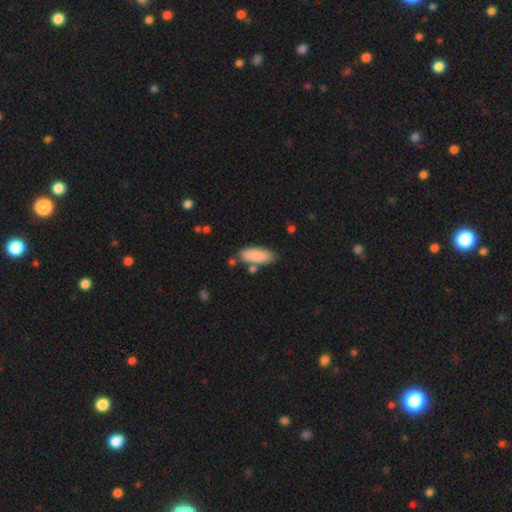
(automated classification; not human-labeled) Q: Smooth or featured?
A: smooth (87%); runner-up: featured or disk (7%)
Q: How rounded?
A: in between (76%); runner-up: cigar-shaped (23%)
Q: Merging?
A: none (74%); runner-up: minor disturbance (15%)